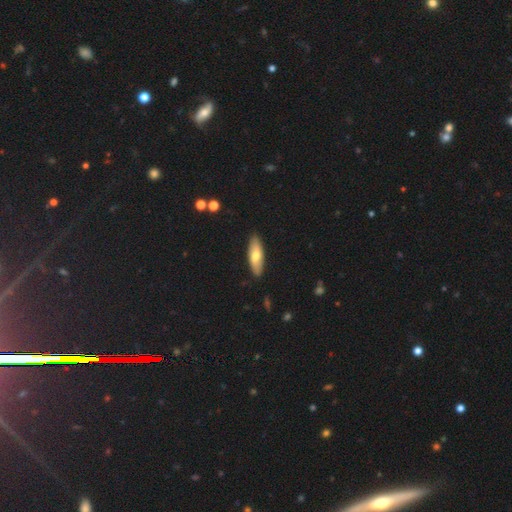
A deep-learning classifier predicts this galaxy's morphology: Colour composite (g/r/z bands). It shows a smooth galaxy with no disk features (66%) that is in between round and cigar-shaped (60%). Merging: none (89%).